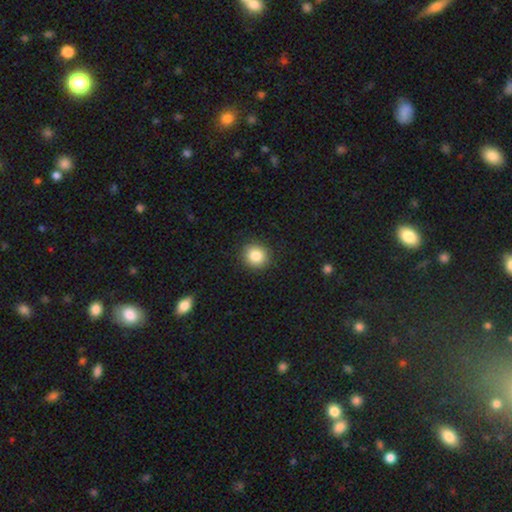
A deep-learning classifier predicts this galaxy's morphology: A smooth galaxy with no disk features (85%) that is round (88%).

Vote fractions:
- Smooth or featured? smooth: 85% / star or artifact: 10% / featured or disk: 5%
- How rounded? round: 88% / in between: 11% / cigar-shaped: 1%
- Merging? none: 91% / minor disturbance: 6% / major disturbance: 2% / merger: 1%